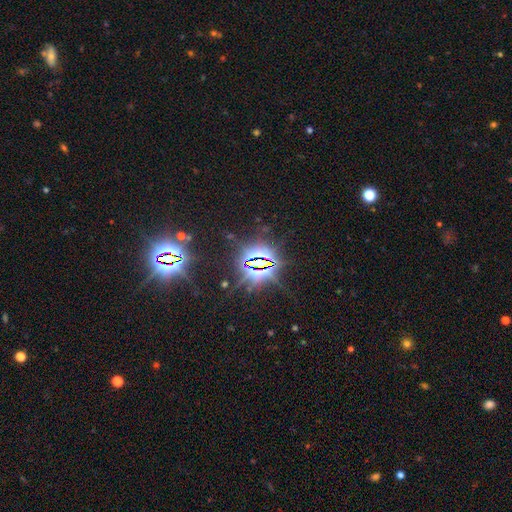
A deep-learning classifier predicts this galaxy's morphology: type=star or artifact (84%).